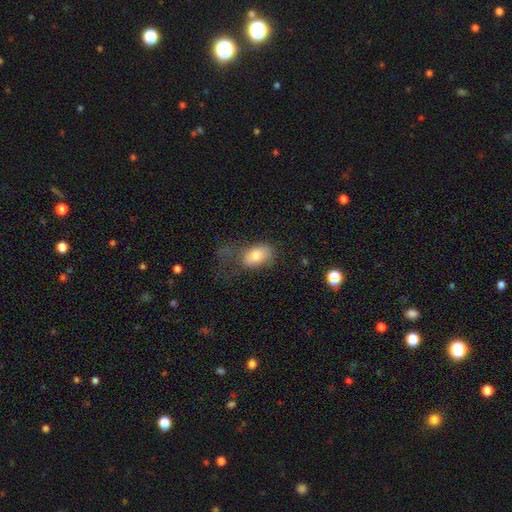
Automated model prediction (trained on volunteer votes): Smooth or featured? smooth (78%)
How rounded? in between (89%)
Merging? major disturbance (41%)